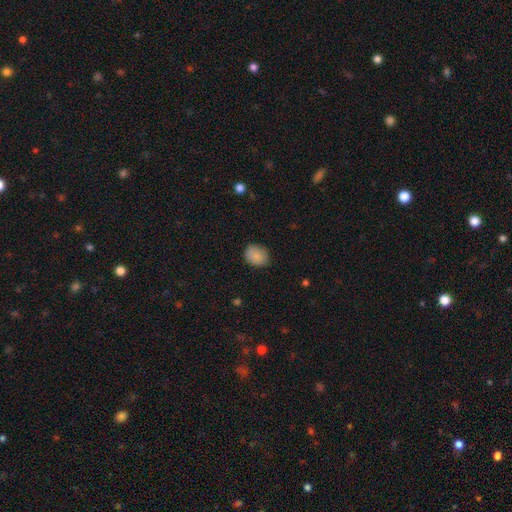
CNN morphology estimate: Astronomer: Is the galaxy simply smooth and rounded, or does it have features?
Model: smooth — 87%.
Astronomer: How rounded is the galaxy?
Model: round — 54% (runner-up: in between, 45%).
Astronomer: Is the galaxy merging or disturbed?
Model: none — 84%.